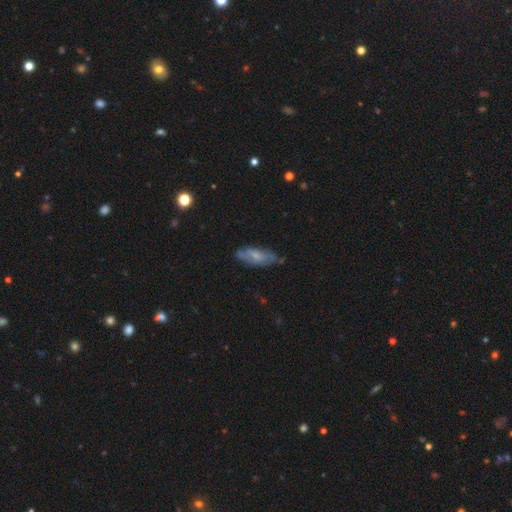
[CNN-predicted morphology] Smooth or featured? Predicted: smooth (p=0.53). How rounded? Predicted: in between (p=0.69). Merging? Predicted: none (p=0.61).